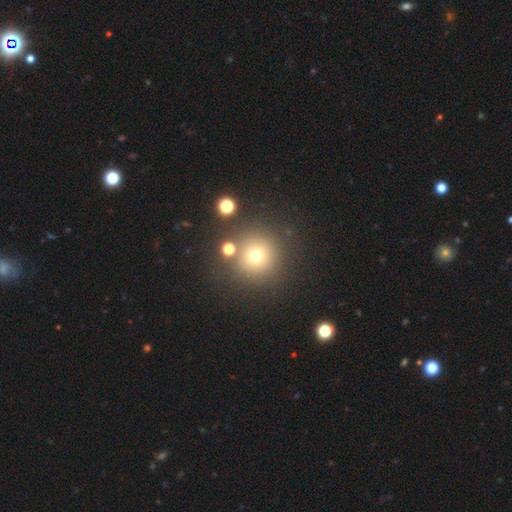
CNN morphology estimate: Q: Smooth or featured?
A: smooth (70%); runner-up: star or artifact (19%)
Q: How rounded?
A: round (95%); runner-up: in between (4%)
Q: Merging?
A: none (81%); runner-up: merger (8%)